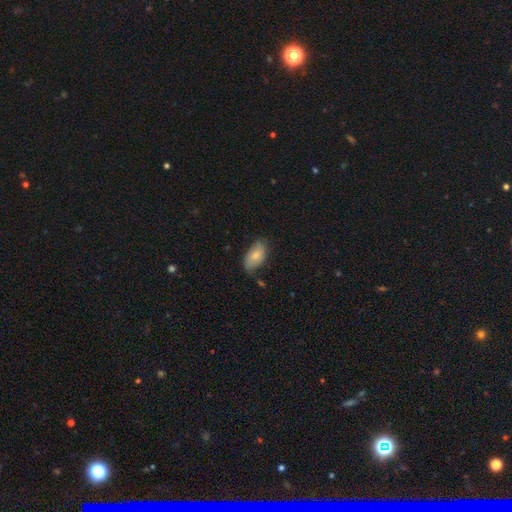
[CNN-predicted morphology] Q: Smooth or featured?
A: smooth (73%); runner-up: featured or disk (20%)
Q: How rounded?
A: in between (94%); runner-up: round (4%)
Q: Merging?
A: none (67%); runner-up: minor disturbance (26%)